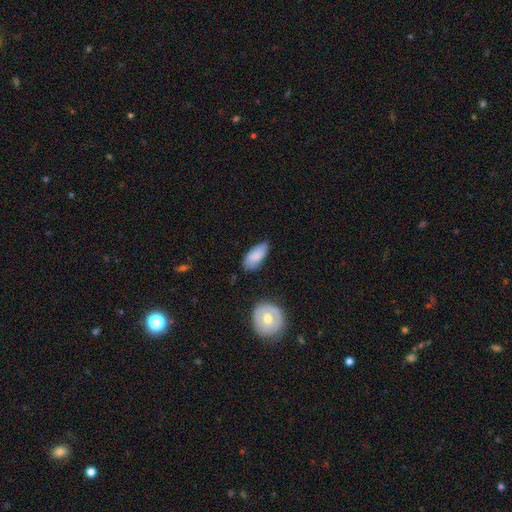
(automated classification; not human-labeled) Morphology: type=smooth (79%); roundness=in between (89%); merging=none (63%).